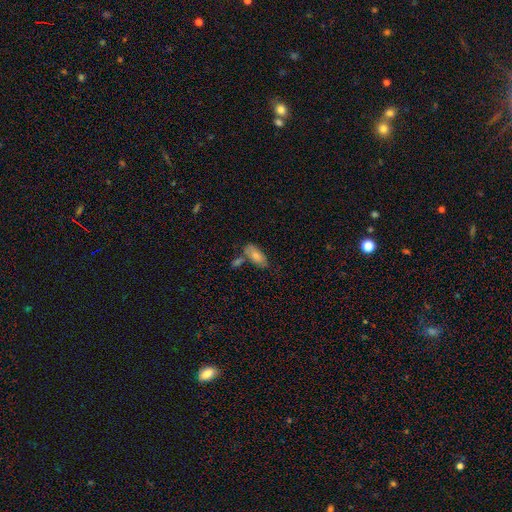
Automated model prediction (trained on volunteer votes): smooth-or-featured: smooth: 73% | featured or disk: 20% | star or artifact: 7%
  how-rounded: in between: 89% | cigar-shaped: 8% | round: 3%
  merging: none: 53% | merger: 22% | minor disturbance: 19% | major disturbance: 6%